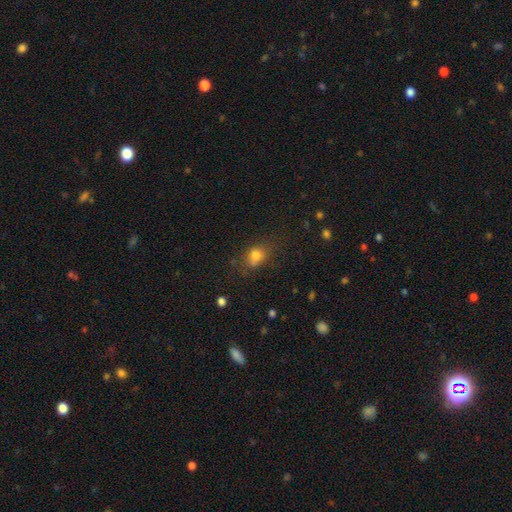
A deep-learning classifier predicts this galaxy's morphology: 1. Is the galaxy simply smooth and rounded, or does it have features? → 75% smooth, 14% star or artifact, 11% featured or disk.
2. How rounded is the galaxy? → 51% in between, 48% round, 2% cigar-shaped.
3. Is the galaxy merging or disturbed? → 51% none, 24% minor disturbance, 13% merger, 12% major disturbance.